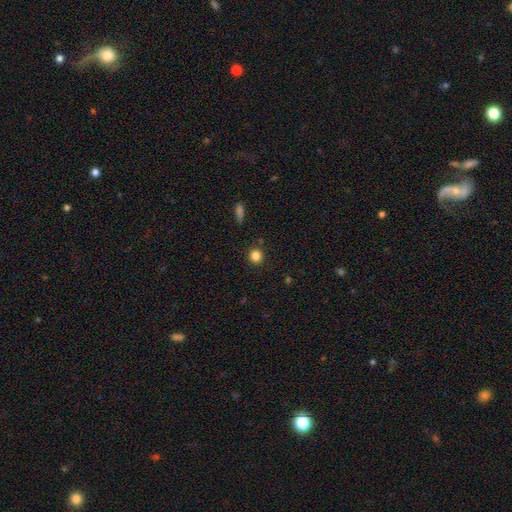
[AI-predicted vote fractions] Morphology: type=smooth (83%); roundness=round (92%); merging=none (89%).